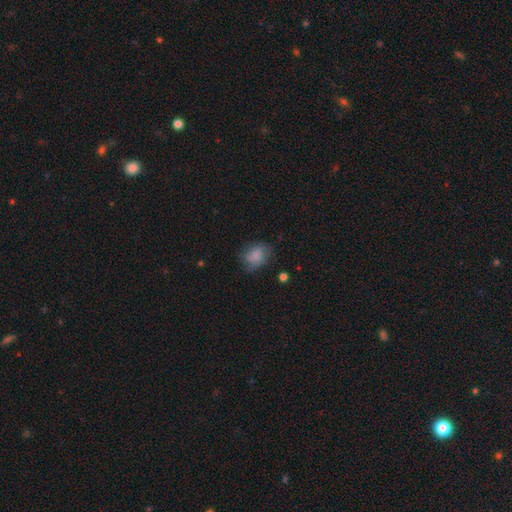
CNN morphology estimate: smooth 80%, featured or disk 11%, star or artifact 9%. Down the decision tree: how rounded — in between (61%); merging — none (65%).